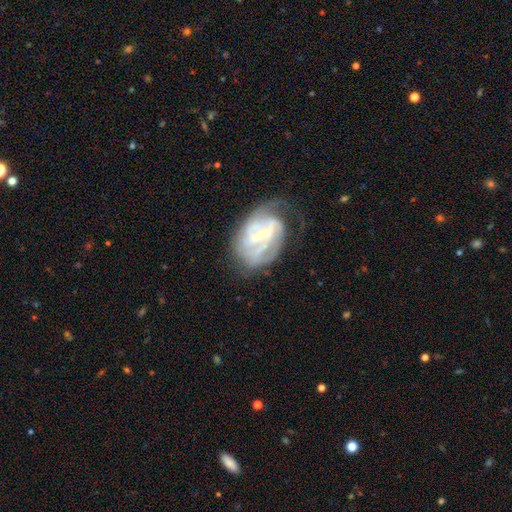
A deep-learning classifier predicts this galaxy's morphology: This is clearly a featured or disk galaxy (81%). It is clearly not viewed edge-on (97%). Bar: marginally weak (45%). Spiral arm pattern: clearly yes (85%). Spiral arm count: marginally 2 (33%). Spiral winding: marginally medium (42%). Central bulge: likely small (63%). Merging: marginally none (45%).